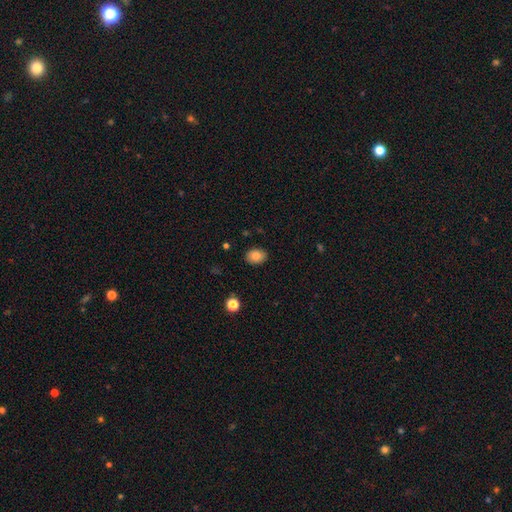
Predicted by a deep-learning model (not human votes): smooth 82%, featured or disk 9%, star or artifact 9%. Down the decision tree: how rounded — in between (65%); merging — none (88%).